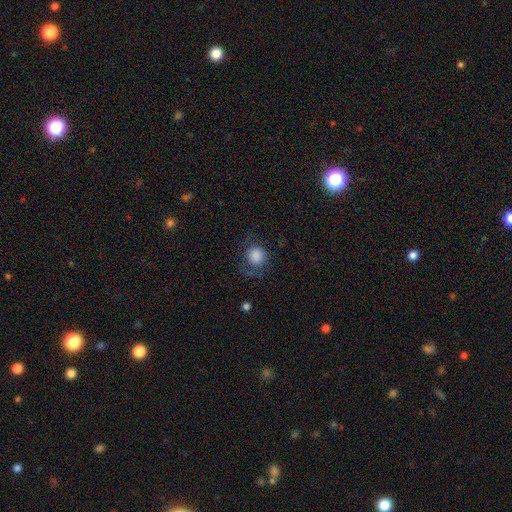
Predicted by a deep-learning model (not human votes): This appears to be a smooth galaxy with no disk features (78%) that is round (85%). Merging: none (60%).